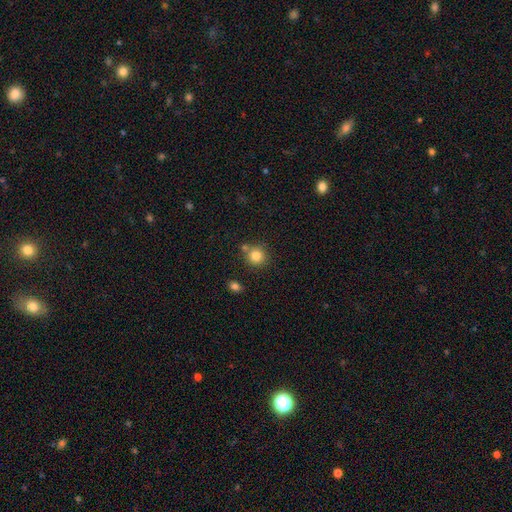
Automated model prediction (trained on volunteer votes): Q: Smooth or featured?
A: smooth (83%); runner-up: star or artifact (10%)
Q: How rounded?
A: round (90%); runner-up: in between (9%)
Q: Merging?
A: none (70%); runner-up: merger (16%)